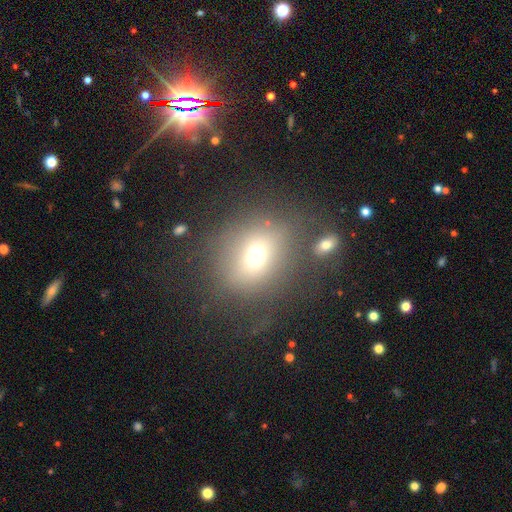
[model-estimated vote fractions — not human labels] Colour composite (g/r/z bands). It shows a smooth galaxy with no disk features (65%) that is round (72%). Merging: none (65%).